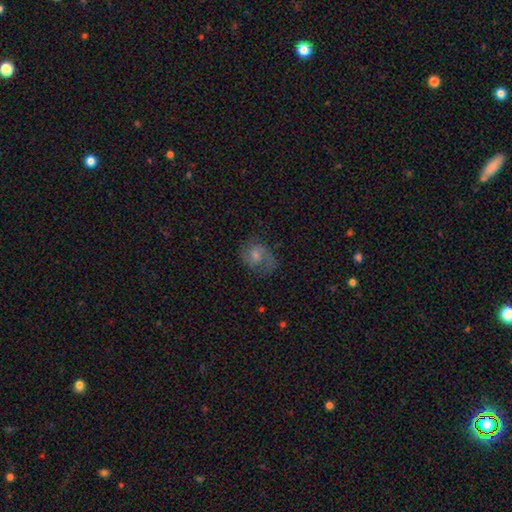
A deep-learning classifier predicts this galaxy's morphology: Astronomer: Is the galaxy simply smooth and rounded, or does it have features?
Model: featured or disk — 65%.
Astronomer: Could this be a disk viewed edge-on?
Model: no — 97%.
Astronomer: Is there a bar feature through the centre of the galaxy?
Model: no — 60% (runner-up: weak, 35%).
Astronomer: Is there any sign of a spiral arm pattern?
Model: yes — 90%.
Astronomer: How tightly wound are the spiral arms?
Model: medium — 49% (runner-up: loose, 27%).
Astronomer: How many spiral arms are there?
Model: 2 — 68%.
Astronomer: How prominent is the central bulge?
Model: moderate — 47% (runner-up: small, 44%).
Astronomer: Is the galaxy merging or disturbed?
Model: none — 68%.